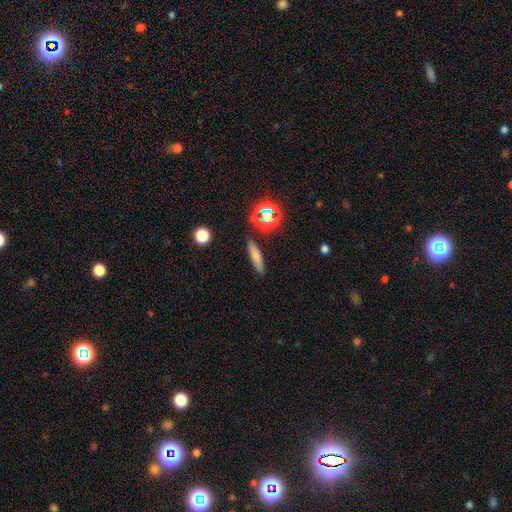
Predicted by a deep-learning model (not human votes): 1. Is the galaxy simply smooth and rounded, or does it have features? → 71% smooth, 15% featured or disk, 14% star or artifact.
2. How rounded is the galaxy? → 80% cigar-shaped, 16% in between, 4% round.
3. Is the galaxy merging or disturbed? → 87% none, 8% minor disturbance, 2% major disturbance, 2% merger.